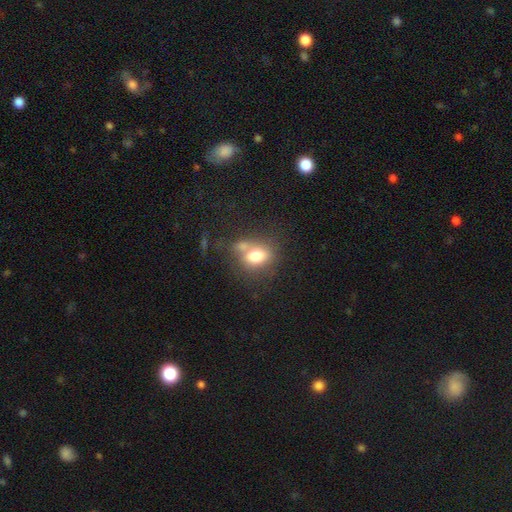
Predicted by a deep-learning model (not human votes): smooth 74%, featured or disk 16%, star or artifact 10%. Down the decision tree: how rounded — in between (65%); merging — none (43%).